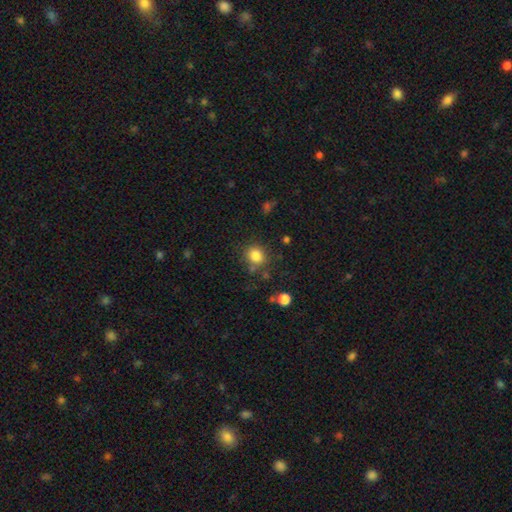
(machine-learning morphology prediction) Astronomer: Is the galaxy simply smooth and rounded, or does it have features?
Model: smooth — 83%.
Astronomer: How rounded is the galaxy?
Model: round — 76%.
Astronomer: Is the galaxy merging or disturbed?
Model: none — 76%.